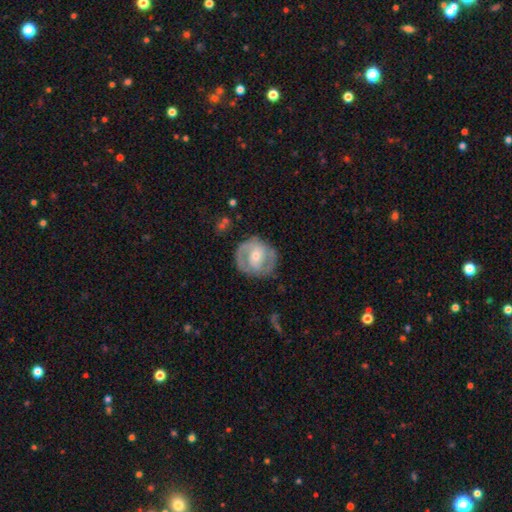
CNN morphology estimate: This is likely a featured or disk galaxy (66%). It is clearly not viewed edge-on (97%). Bar: marginally no (43%). Spiral arm pattern: likely yes (64%). Central bulge: possibly moderate (49%). Merging: likely none (73%).